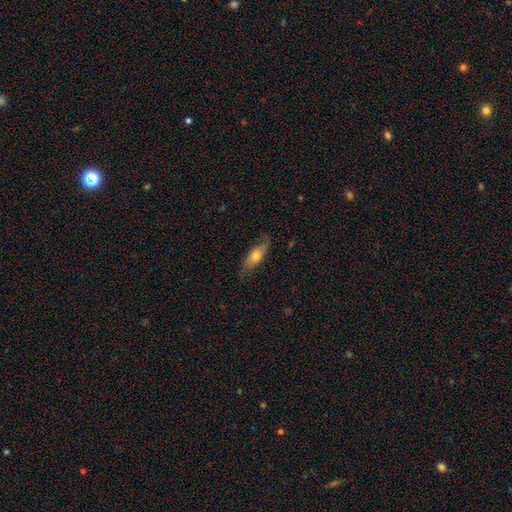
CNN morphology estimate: smooth-or-featured: smooth: 56% | featured or disk: 38% | star or artifact: 6%
  how-rounded: in between: 66% | cigar-shaped: 31% | round: 3%
  merging: none: 71% | minor disturbance: 22% | major disturbance: 6% | merger: 1%